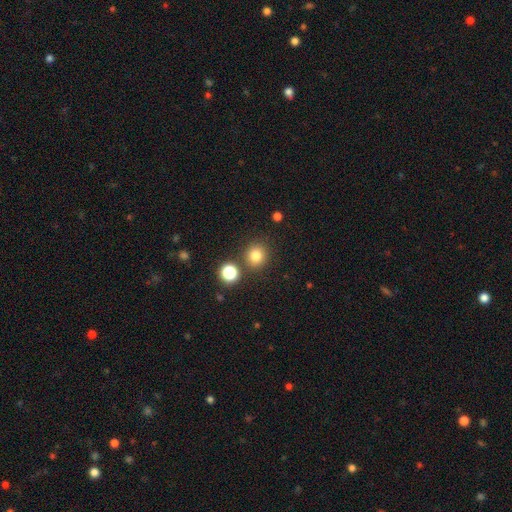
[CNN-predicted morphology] A smooth galaxy with no disk features (79%) that is round (89%). Merging: none (83%).